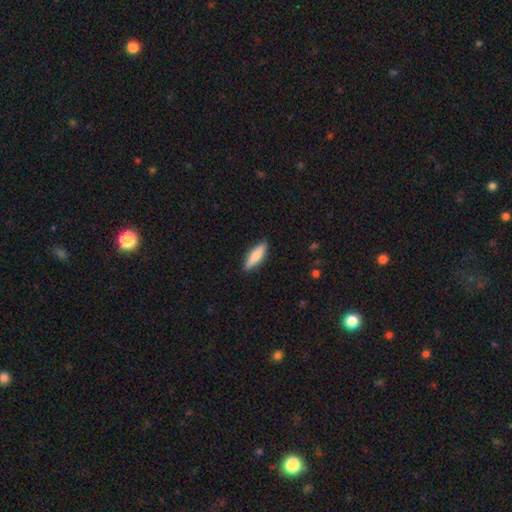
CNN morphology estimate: Smooth or featured? smooth (72%)
How rounded? cigar-shaped (56%)
Merging? none (88%)